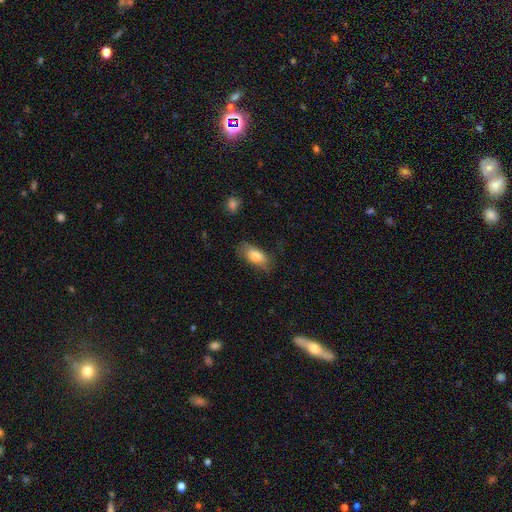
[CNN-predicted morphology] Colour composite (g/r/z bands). It shows a smooth galaxy with no disk features (81%) that is in between round and cigar-shaped (88%). Merging: none (68%).